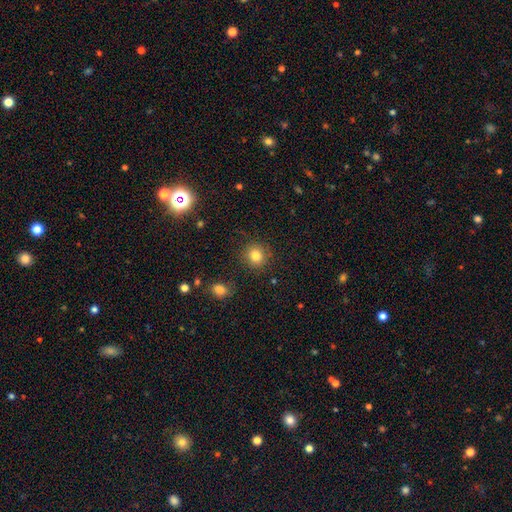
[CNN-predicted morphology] type=smooth (83%); roundness=round (87%); merging=none (87%).